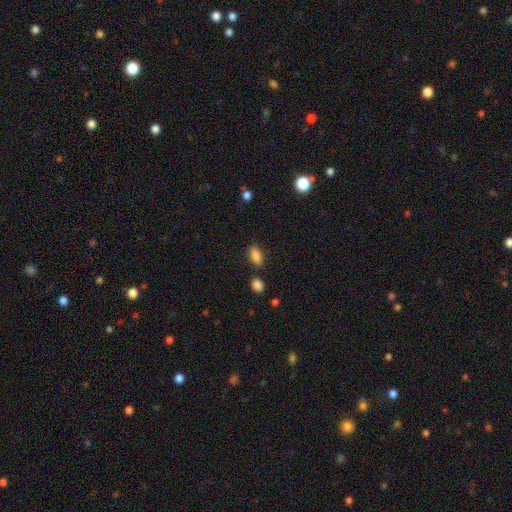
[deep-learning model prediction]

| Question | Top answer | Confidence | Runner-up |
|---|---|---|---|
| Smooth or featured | smooth | 87% | star or artifact (9%) |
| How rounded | in between | 89% | round (6%) |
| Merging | none | 81% | minor disturbance (11%) |